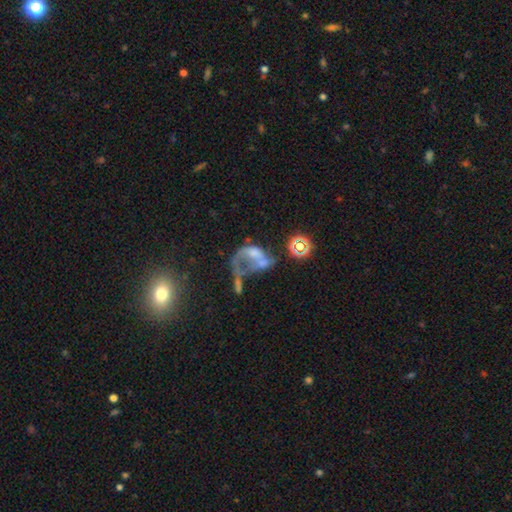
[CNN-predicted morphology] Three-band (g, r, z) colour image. It shows a featured or disk galaxy (55%) with no bar (82%), no spiral arms (71%) and no central bulge (55%). Merging: major disturbance (42%).